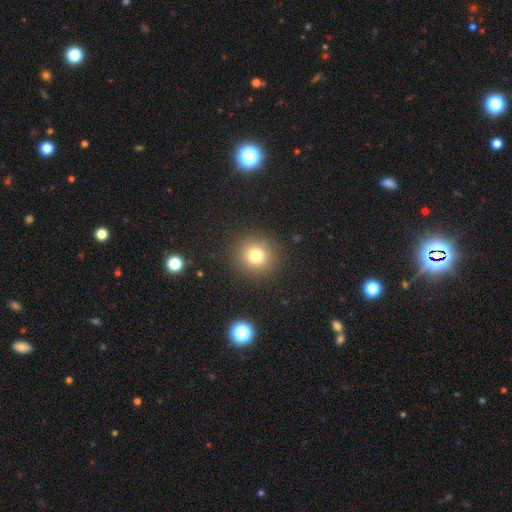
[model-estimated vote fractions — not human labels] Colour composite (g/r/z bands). It shows a smooth galaxy with no disk features (76%) that is round (91%). Merging: none (90%).